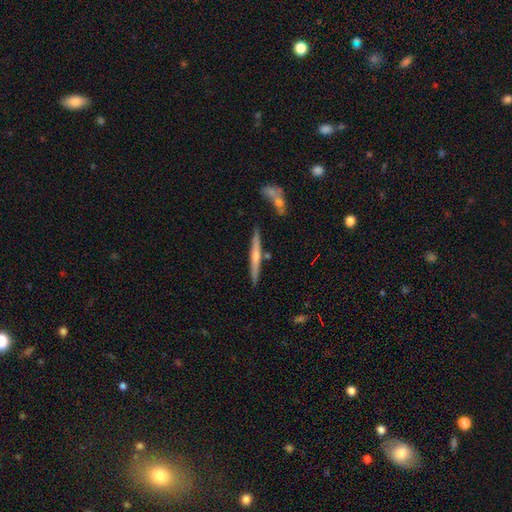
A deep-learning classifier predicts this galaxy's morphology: Q: Smooth or featured?
A: featured or disk (54%); runner-up: smooth (40%)
Q: Edge-on disk?
A: yes (97%); runner-up: no (3%)
Q: Edge-on bulge?
A: rounded (52%); runner-up: none (41%)
Q: Merging?
A: none (83%); runner-up: minor disturbance (9%)